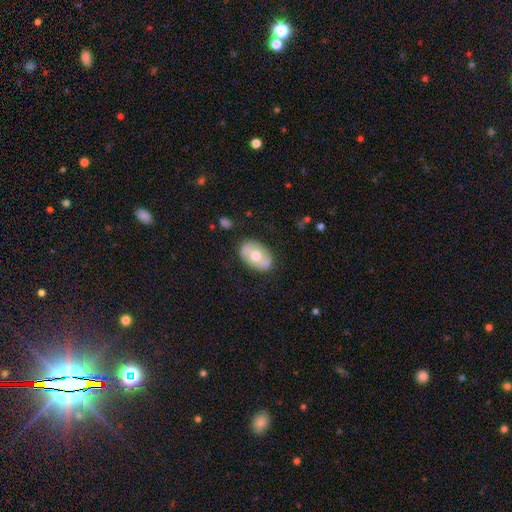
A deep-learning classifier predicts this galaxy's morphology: smooth_or_featured: smooth (p=0.57) [alt: featured or disk p=0.38]
how_rounded: in between (p=0.87) [alt: round p=0.12]
merging: none (p=0.81) [alt: minor disturbance p=0.14]